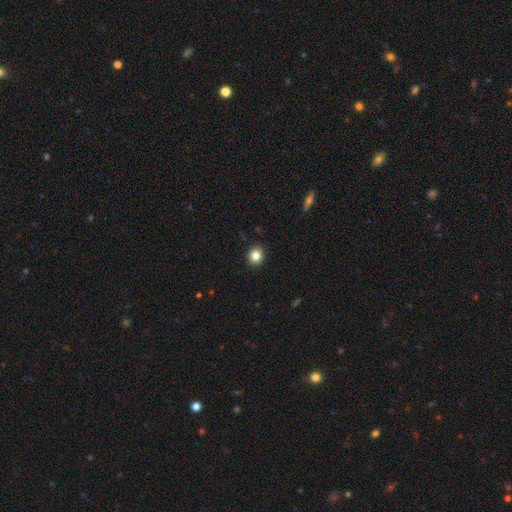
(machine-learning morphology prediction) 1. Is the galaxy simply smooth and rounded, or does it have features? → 83% smooth, 11% star or artifact, 6% featured or disk.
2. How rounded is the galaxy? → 83% round, 16% in between, 1% cigar-shaped.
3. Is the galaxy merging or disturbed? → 92% none, 6% minor disturbance, 2% major disturbance, 1% merger.